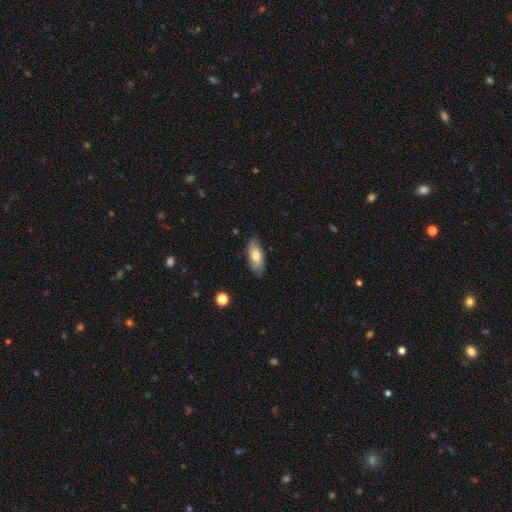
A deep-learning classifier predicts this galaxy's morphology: type=smooth (73%); roundness=in between (83%); merging=none (80%).